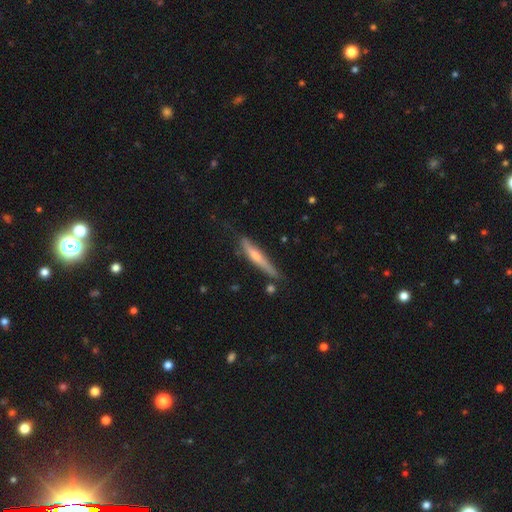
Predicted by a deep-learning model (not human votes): This is possibly a featured or disk galaxy (51%). It is clearly viewed edge-on (93%). Merging: likely none (71%).